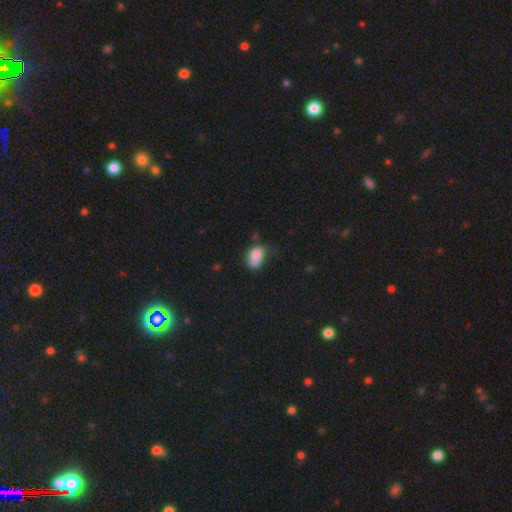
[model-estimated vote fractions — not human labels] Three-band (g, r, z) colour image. It shows a smooth galaxy with no disk features (82%) that is in between round and cigar-shaped (84%). Merging: minor disturbance (39%).